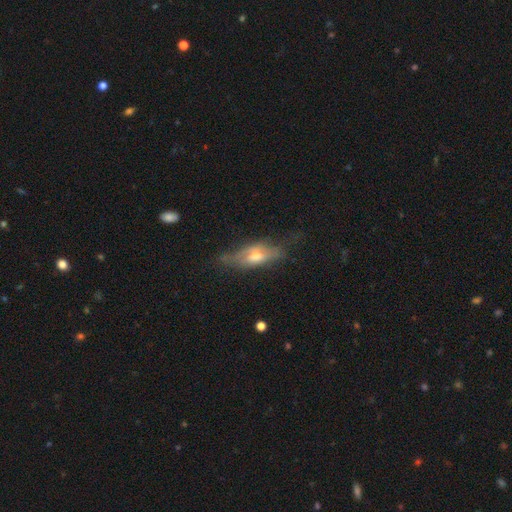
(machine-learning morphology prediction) Overall: featured or disk (56%; smooth 36%). Edge-on disk: yes (61%; no 39%). Merging: none (58%; minor disturbance 27%).